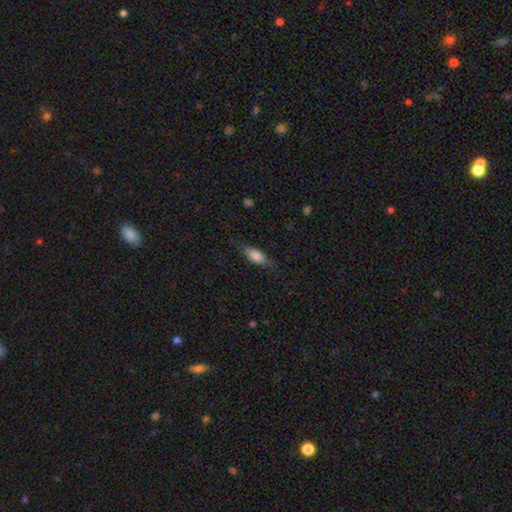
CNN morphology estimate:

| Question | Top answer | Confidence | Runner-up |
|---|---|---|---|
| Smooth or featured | smooth | 76% | featured or disk (17%) |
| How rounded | in between | 71% | cigar-shaped (26%) |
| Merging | none | 74% | minor disturbance (19%) |